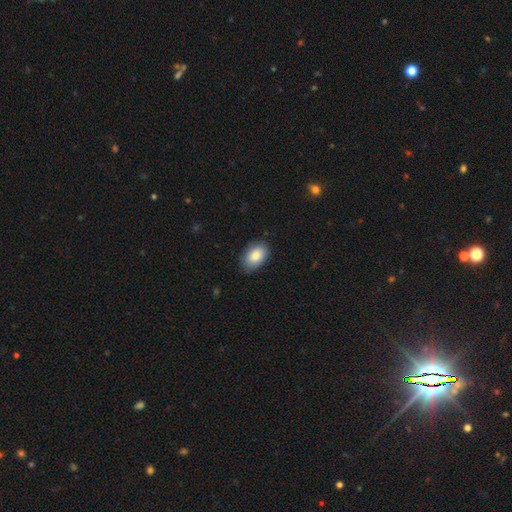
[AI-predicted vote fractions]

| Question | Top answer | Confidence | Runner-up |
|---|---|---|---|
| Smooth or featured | smooth | 84% | featured or disk (9%) |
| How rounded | in between | 91% | round (8%) |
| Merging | none | 81% | minor disturbance (16%) |